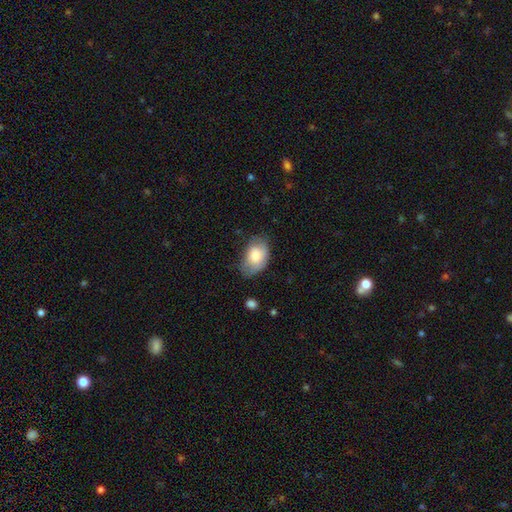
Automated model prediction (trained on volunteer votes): A smooth galaxy with no disk features (75%) that is in between round and cigar-shaped (88%).

Vote fractions:
- Smooth or featured? smooth: 75% / featured or disk: 18% / star or artifact: 7%
- How rounded? in between: 88% / round: 11% / cigar-shaped: 1%
- Merging? none: 54% / minor disturbance: 33% / major disturbance: 11% / merger: 2%